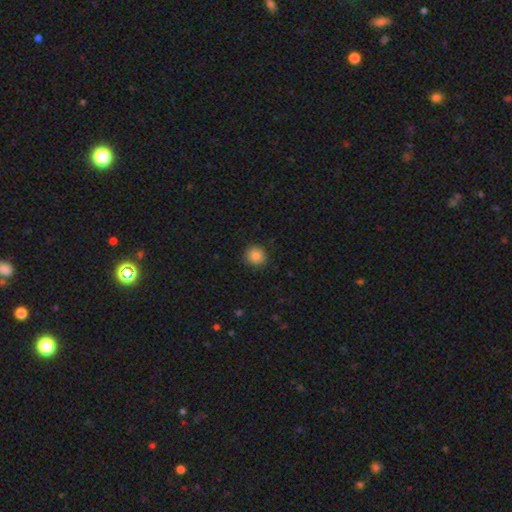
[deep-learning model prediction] Smooth or featured: smooth — 83% (star or artifact — 10%)
How rounded: round — 90% (in between — 10%)
Merging: none — 88% (minor disturbance — 9%)